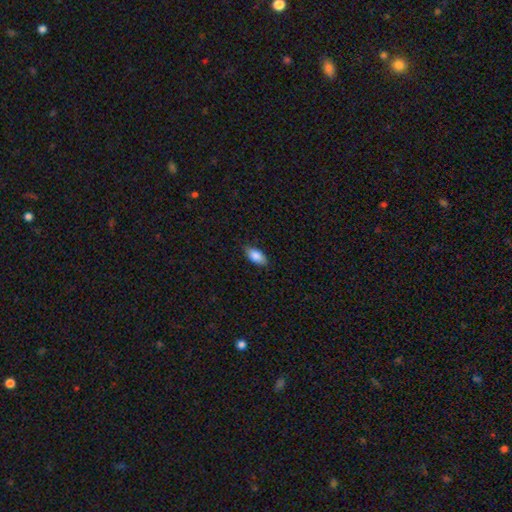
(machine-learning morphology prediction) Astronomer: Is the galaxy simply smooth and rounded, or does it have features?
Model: smooth — 87%.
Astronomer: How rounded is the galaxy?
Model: in between — 91%.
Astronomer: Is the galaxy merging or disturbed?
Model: none — 84%.